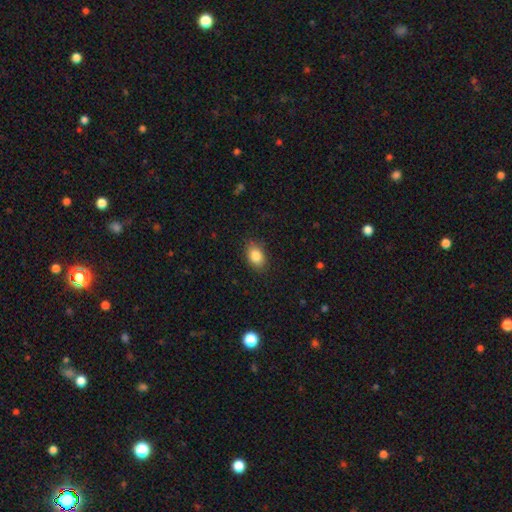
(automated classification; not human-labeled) The model was most divided on "how rounded": in between: 81%, round: 18%, cigar-shaped: 1%. More confident: smooth or featured — smooth (85%); merging — none (85%).